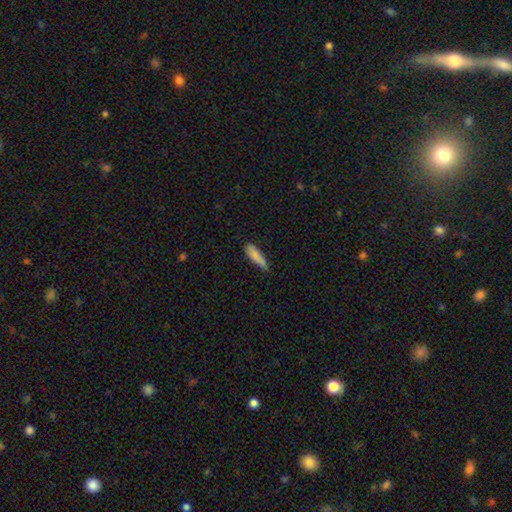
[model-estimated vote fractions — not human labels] smooth 85%, featured or disk 8%, star or artifact 6%. Down the decision tree: how rounded — cigar-shaped (70%); merging — none (69%).